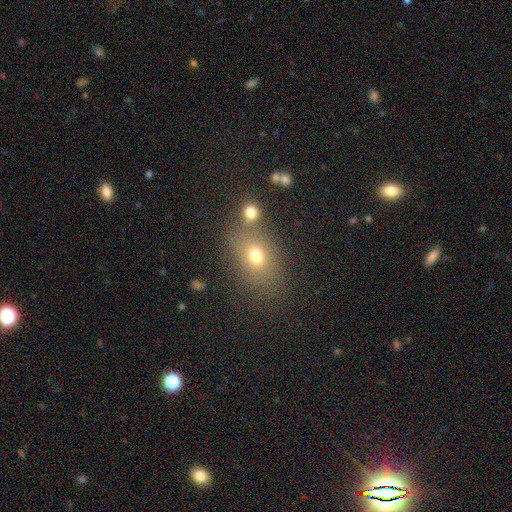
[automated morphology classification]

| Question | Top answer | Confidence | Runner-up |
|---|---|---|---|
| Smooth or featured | smooth | 69% | star or artifact (16%) |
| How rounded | in between | 67% | round (32%) |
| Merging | none | 63% | merger (18%) |